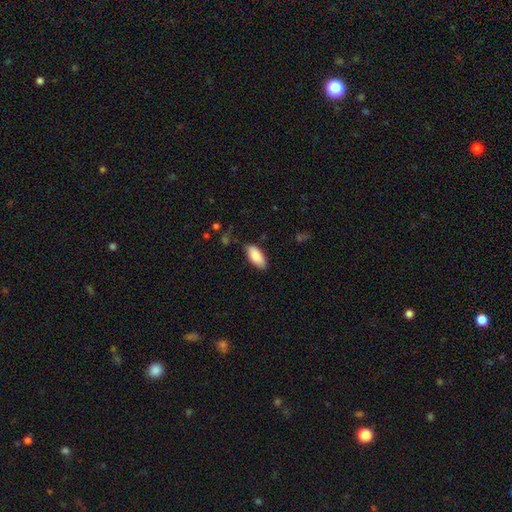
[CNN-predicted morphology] A smooth galaxy with no disk features (87%) that is in between round and cigar-shaped (88%).

Vote fractions:
- Smooth or featured? smooth: 87% / featured or disk: 7% / star or artifact: 6%
- How rounded? in between: 88% / cigar-shaped: 10% / round: 2%
- Merging? none: 79% / minor disturbance: 16% / major disturbance: 3% / merger: 1%